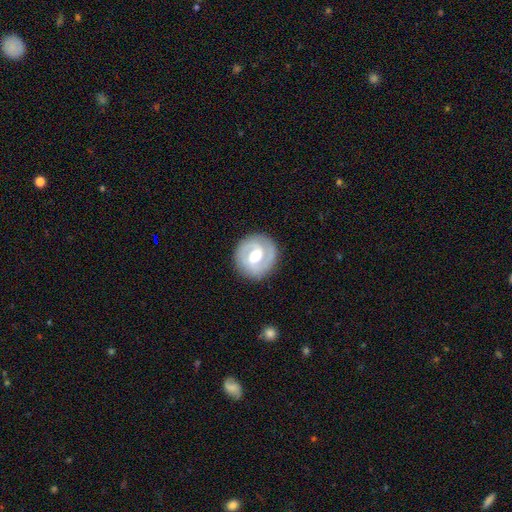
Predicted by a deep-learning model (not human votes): A featured or disk galaxy (77%) with a weak bar (51%), 2 (83%) tight (53%) spiral arms (84%) and a moderate central bulge (72%). Merging: none (87%).